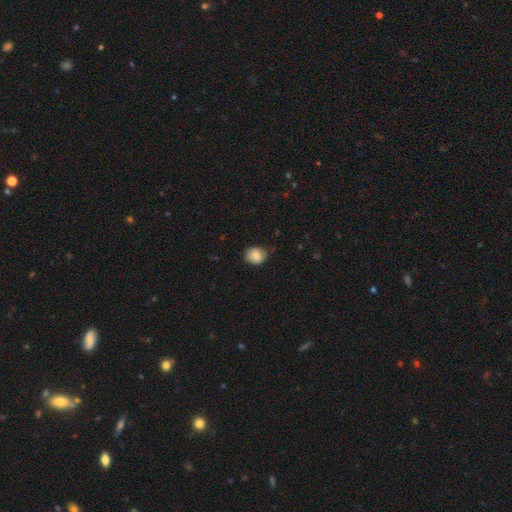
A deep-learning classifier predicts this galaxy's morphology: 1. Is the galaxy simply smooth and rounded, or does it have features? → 85% smooth, 8% star or artifact, 7% featured or disk.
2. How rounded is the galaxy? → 68% round, 31% in between, 1% cigar-shaped.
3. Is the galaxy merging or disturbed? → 81% none, 15% minor disturbance, 2% major disturbance, 1% merger.